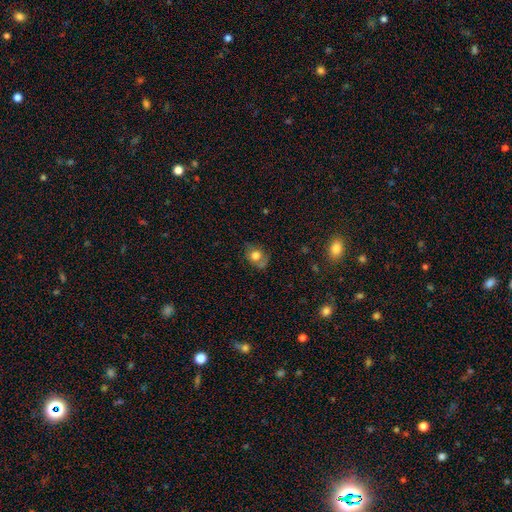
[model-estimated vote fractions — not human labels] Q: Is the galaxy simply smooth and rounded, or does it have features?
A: smooth — 71%.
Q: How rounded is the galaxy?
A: round — 58%.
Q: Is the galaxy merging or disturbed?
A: none — 56%.